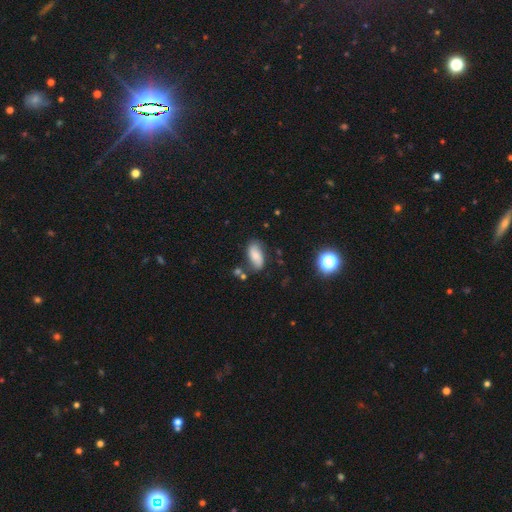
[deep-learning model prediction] Overall: smooth (67%). How rounded: in between (88%). Merging: none (69%).